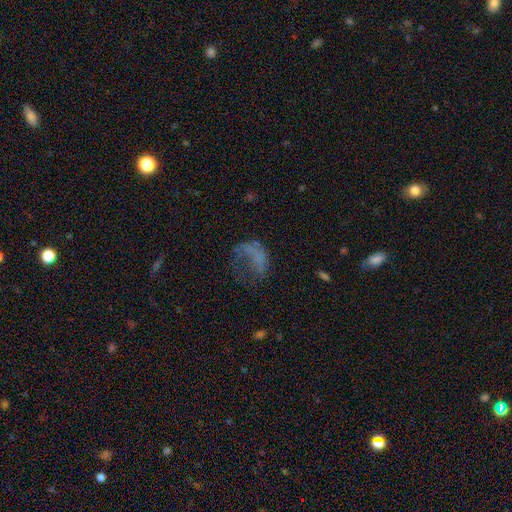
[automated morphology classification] This is marginally a featured or disk galaxy (41%). Merging: possibly major disturbance (50%).